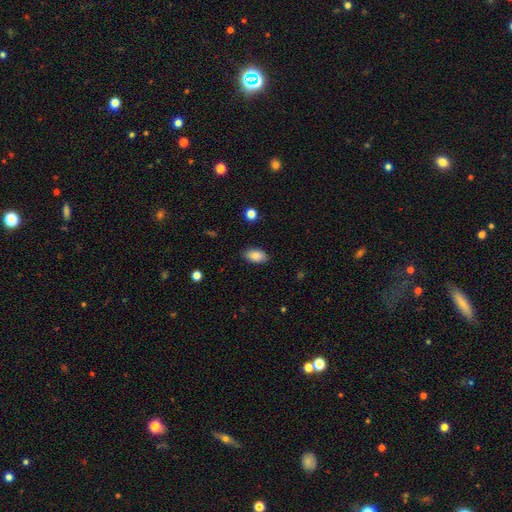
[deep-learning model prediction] A smooth galaxy with no disk features (88%) that is in between round and cigar-shaped (92%).

Vote fractions:
- Smooth or featured? smooth: 88% / star or artifact: 7% / featured or disk: 5%
- How rounded? in between: 92% / round: 5% / cigar-shaped: 3%
- Merging? none: 84% / minor disturbance: 12% / major disturbance: 3% / merger: 1%